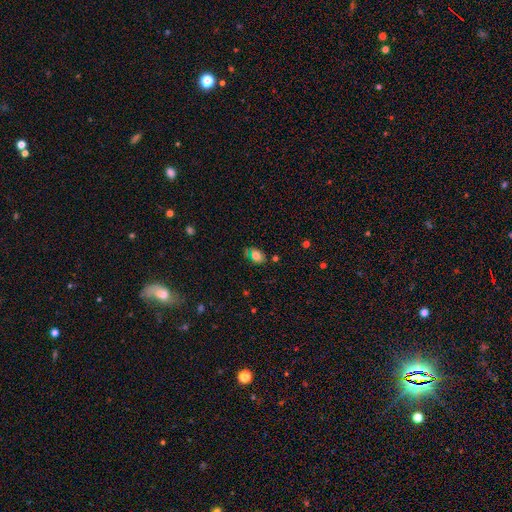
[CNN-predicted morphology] smooth-or-featured: smooth: 73% | featured or disk: 16% | star or artifact: 11%
  how-rounded: in between: 81% | round: 18% | cigar-shaped: 2%
  merging: none: 63% | minor disturbance: 22% | merger: 7% | major disturbance: 7%